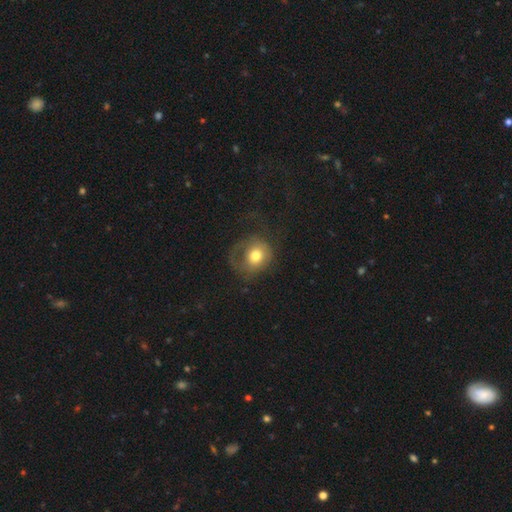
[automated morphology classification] This is likely a smooth galaxy (63%). How rounded: likely round (77%). Merging: marginally none (40%).